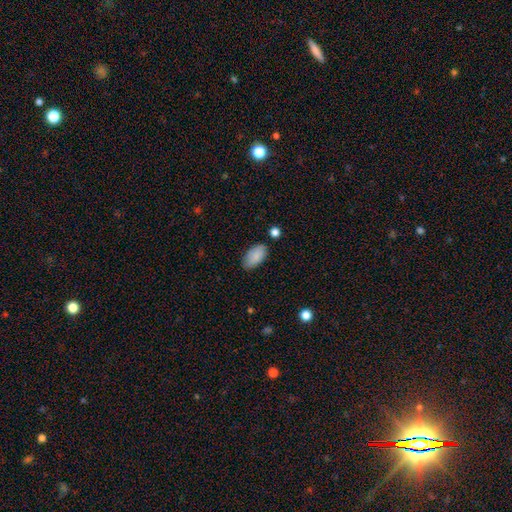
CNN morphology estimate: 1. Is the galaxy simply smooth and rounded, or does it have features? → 85% smooth, 8% featured or disk, 7% star or artifact.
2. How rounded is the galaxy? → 94% in between, 3% round, 3% cigar-shaped.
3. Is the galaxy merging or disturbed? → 79% none, 15% minor disturbance, 3% major disturbance, 3% merger.